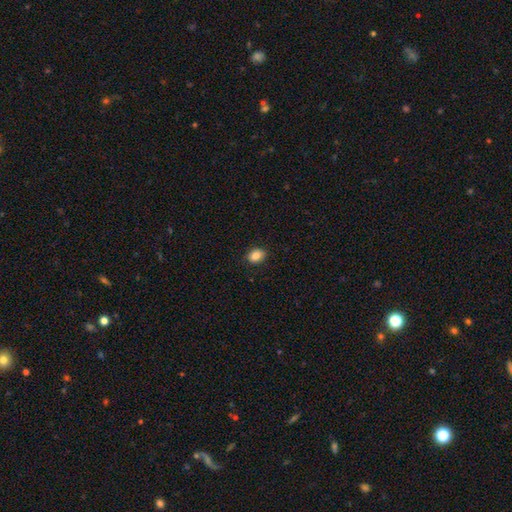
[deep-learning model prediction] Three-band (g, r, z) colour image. It shows a smooth galaxy with no disk features (87%) that is in between round and cigar-shaped (69%). Merging: none (88%).